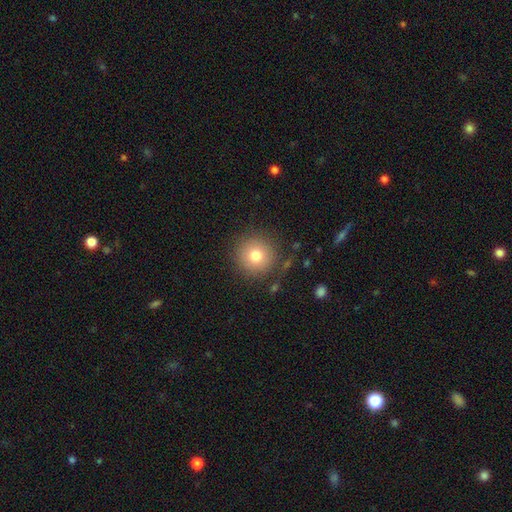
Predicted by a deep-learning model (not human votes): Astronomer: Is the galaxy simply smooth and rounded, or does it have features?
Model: smooth — 78%.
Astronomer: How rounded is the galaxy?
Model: round — 95%.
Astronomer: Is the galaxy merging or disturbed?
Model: none — 86%.